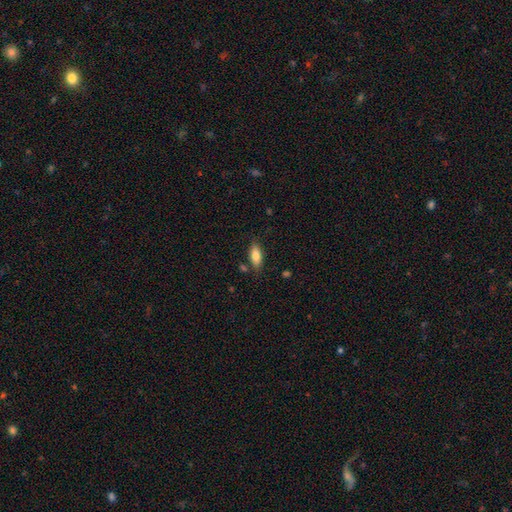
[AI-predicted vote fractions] Smooth or featured? smooth (79%)
How rounded? in between (83%)
Merging? none (78%)